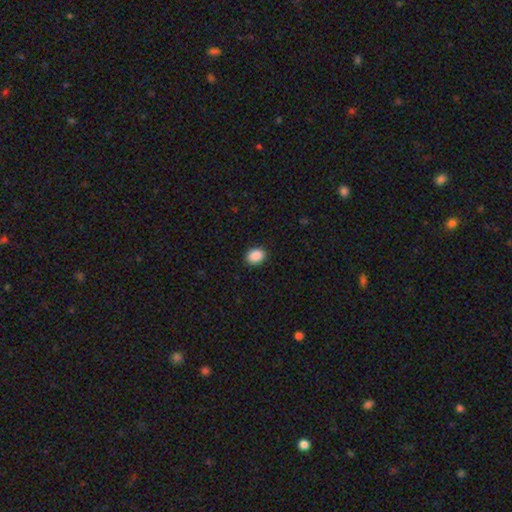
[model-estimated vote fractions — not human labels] smooth_or_featured: smooth (p=0.90) [alt: star or artifact p=0.08]
how_rounded: in between (p=0.66) [alt: round p=0.33]
merging: none (p=0.90) [alt: minor disturbance p=0.08]